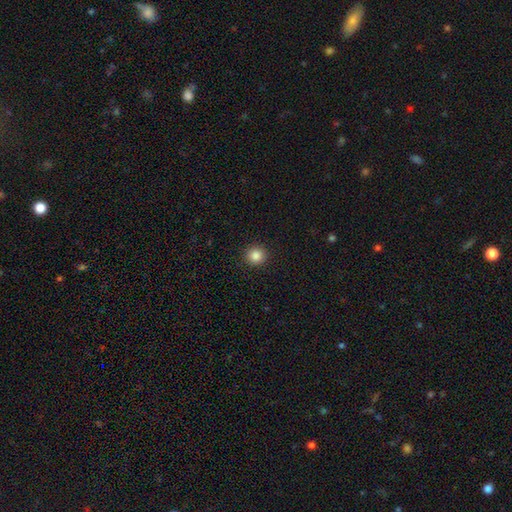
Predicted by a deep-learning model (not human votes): Overall: smooth (85%). How rounded: round (94%). Merging: none (93%).